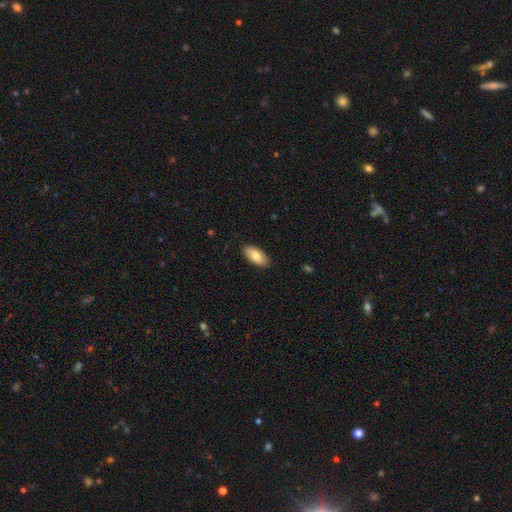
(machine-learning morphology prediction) Q: Smooth or featured?
A: smooth (80%); runner-up: featured or disk (14%)
Q: How rounded?
A: in between (92%); runner-up: cigar-shaped (6%)
Q: Merging?
A: none (87%); runner-up: minor disturbance (10%)